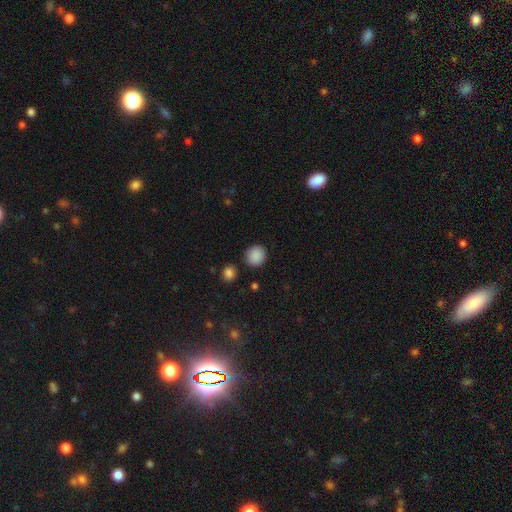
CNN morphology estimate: This appears to be a smooth galaxy with no disk features (88%) that is round (86%). Merging: none (87%).